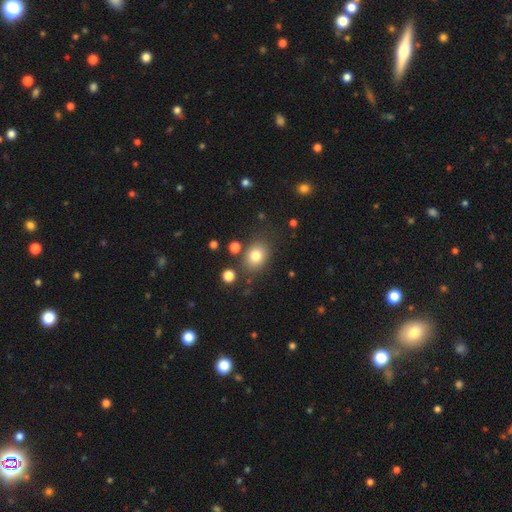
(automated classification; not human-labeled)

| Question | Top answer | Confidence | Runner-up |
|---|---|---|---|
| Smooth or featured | smooth | 79% | star or artifact (11%) |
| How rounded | in between | 58% | round (41%) |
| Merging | none | 78% | minor disturbance (12%) |